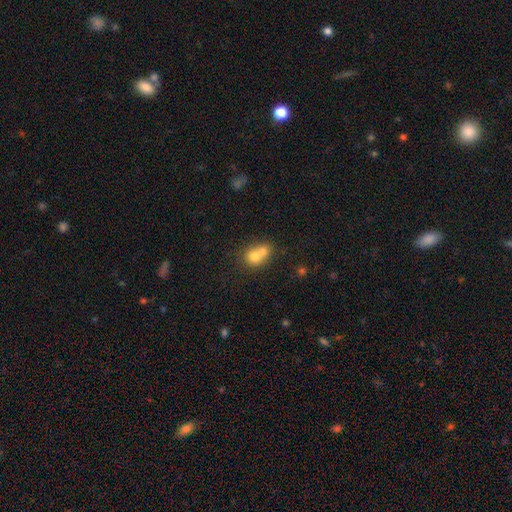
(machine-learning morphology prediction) A smooth galaxy with no disk features (71%) that is round (70%).

Vote fractions:
- Smooth or featured? smooth: 71% / featured or disk: 18% / star or artifact: 10%
- How rounded? round: 70% / in between: 29% / cigar-shaped: 1%
- Merging? merger: 67% / none: 24% / minor disturbance: 6% / major disturbance: 3%